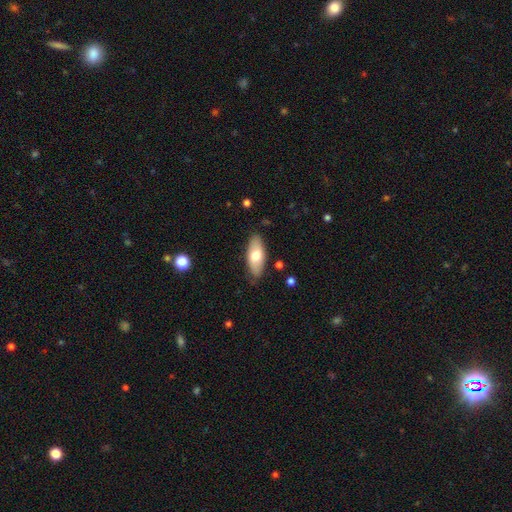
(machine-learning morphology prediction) Q: Smooth or featured?
A: smooth (70%); runner-up: featured or disk (24%)
Q: How rounded?
A: in between (84%); runner-up: cigar-shaped (14%)
Q: Merging?
A: none (85%); runner-up: minor disturbance (12%)